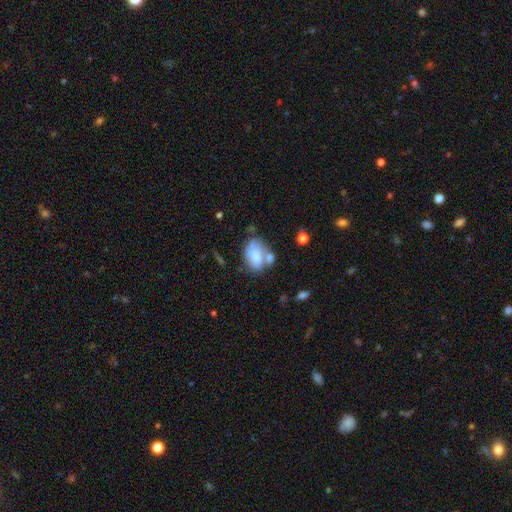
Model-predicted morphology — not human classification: The model was most divided on "merging": none: 35%, merger: 31%, minor disturbance: 22%, major disturbance: 12%. More confident: how rounded — in between (83%); smooth or featured — smooth (73%).